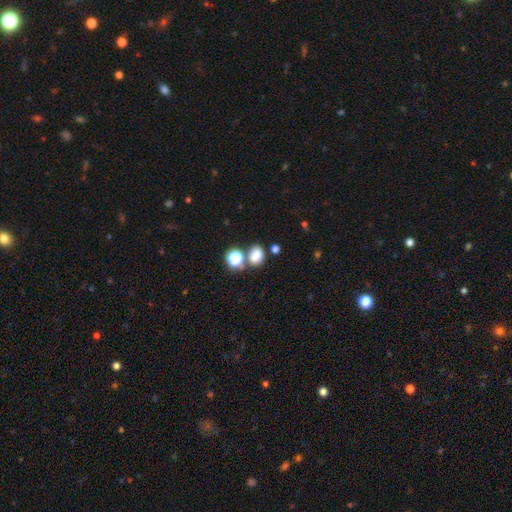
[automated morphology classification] Smooth or featured? smooth (79%)
How rounded? in between (56%)
Merging? none (59%)